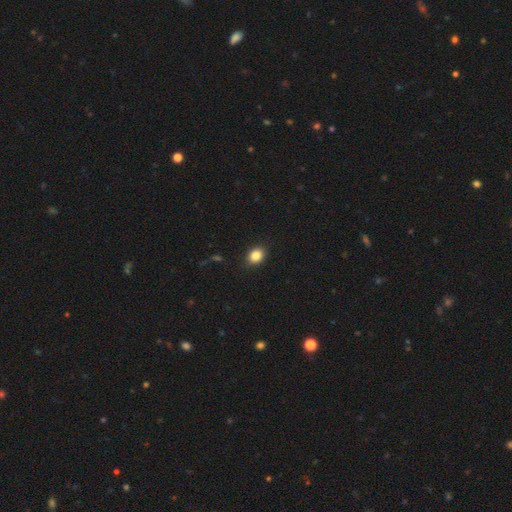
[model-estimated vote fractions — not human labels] A smooth galaxy with no disk features (85%) that is in between round and cigar-shaped (55%). Merging: none (89%).